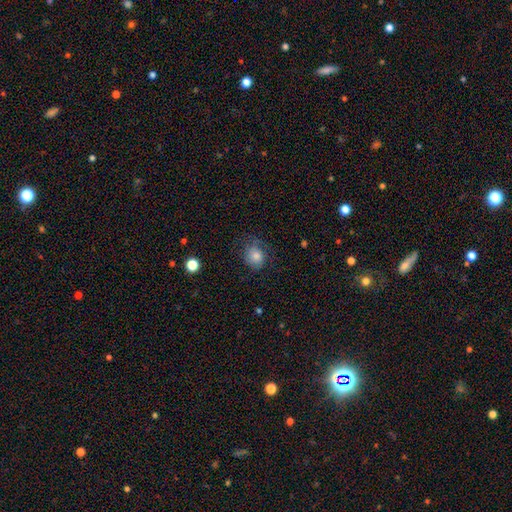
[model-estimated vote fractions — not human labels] This appears to be a smooth galaxy with no disk features (68%) that is round (68%). Merging: none (61%).